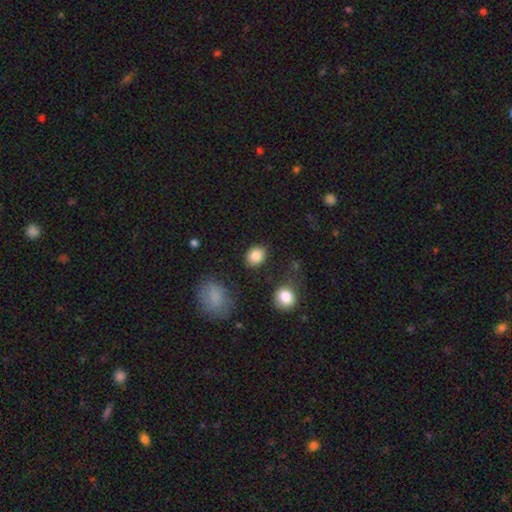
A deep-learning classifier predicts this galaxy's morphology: smooth-or-featured: smooth: 85% | star or artifact: 9% | featured or disk: 6%
  how-rounded: round: 55% | in between: 44% | cigar-shaped: 1%
  merging: none: 85% | minor disturbance: 9% | major disturbance: 3% | merger: 3%